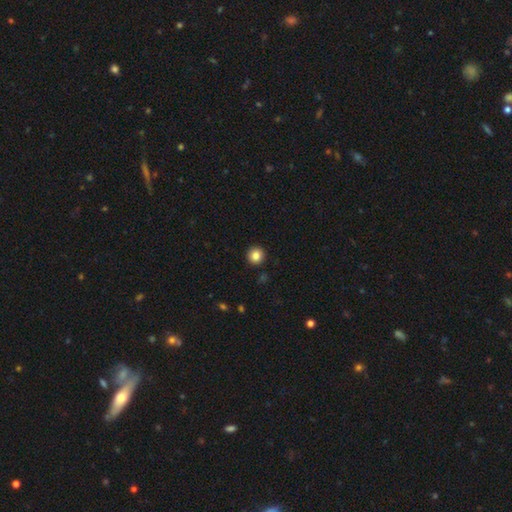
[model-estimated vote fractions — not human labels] smooth_or_featured: smooth (p=0.85) [alt: star or artifact p=0.10]
how_rounded: round (p=0.95) [alt: in between p=0.04]
merging: none (p=0.93) [alt: minor disturbance p=0.04]